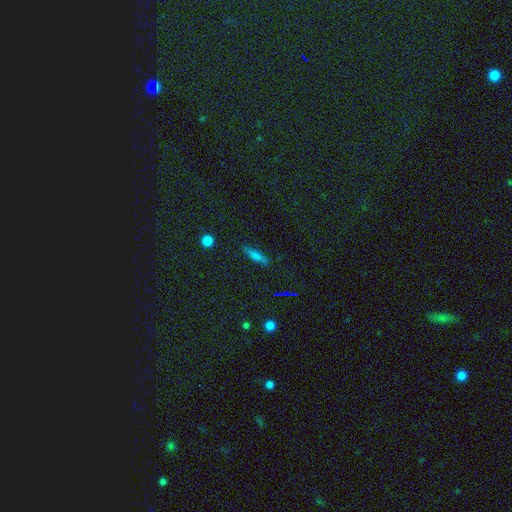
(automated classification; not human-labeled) Smooth or featured? smooth (60%)
How rounded? cigar-shaped (70%)
Merging? none (84%)